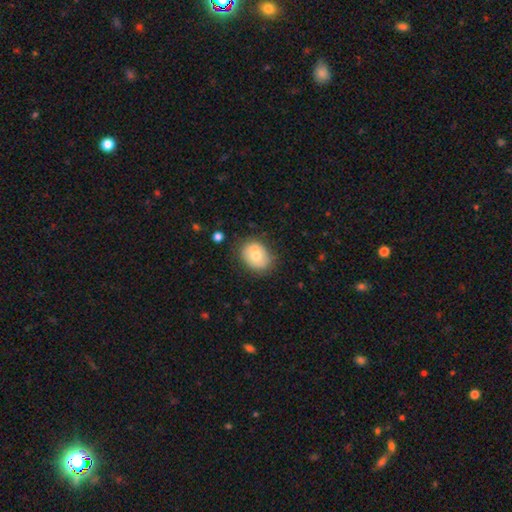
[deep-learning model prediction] Smooth or featured?
  - smooth: 63% *
  - featured or disk: 29%
  - star or artifact: 8%
How rounded?
  - round: 50% *
  - in between: 49%
  - cigar-shaped: 1%
Merging?
  - none: 73% *
  - minor disturbance: 18%
  - merger: 4%
  - major disturbance: 4%